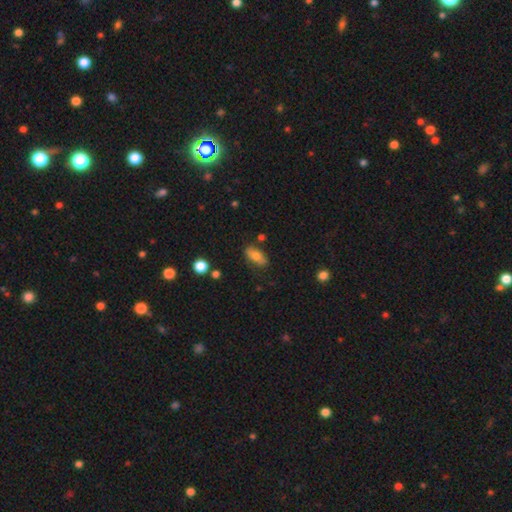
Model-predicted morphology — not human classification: Smooth or featured?
  - smooth: 73% *
  - featured or disk: 19%
  - star or artifact: 8%
How rounded?
  - in between: 82% *
  - cigar-shaped: 13%
  - round: 5%
Merging?
  - none: 77% *
  - minor disturbance: 16%
  - major disturbance: 4%
  - merger: 4%